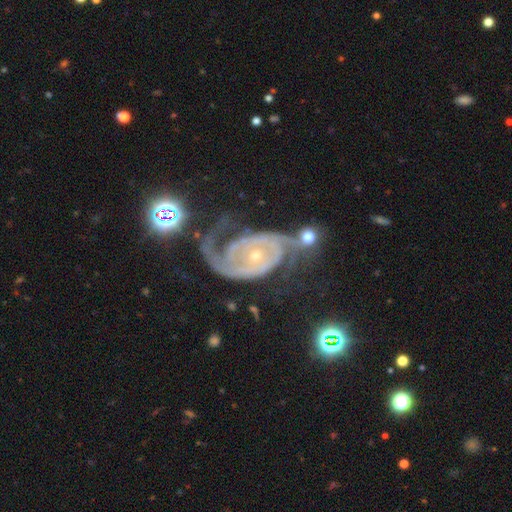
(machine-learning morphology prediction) Smooth or featured?
  - featured or disk: 89% *
  - star or artifact: 7%
  - smooth: 5%
Edge-on disk?
  - no: 97% *
  - yes: 3%
Bar?
  - no: 70% *
  - weak: 22%
  - strong: 9%
Spiral arms?
  - yes: 96% *
  - no: 4%
Spiral winding?
  - tight: 48% *
  - medium: 39%
  - loose: 13%
Spiral arm count?
  - 2: 65% *
  - can't tell: 11%
  - 1: 9%
  - 3: 8%
  - 4: 3%
  - more than 4: 3%
Bulge size?
  - small: 74% *
  - moderate: 23%
  - large: 1%
  - none: 1%
  - dominant: 1%
Merging?
  - none: 41% *
  - major disturbance: 26%
  - minor disturbance: 22%
  - merger: 11%